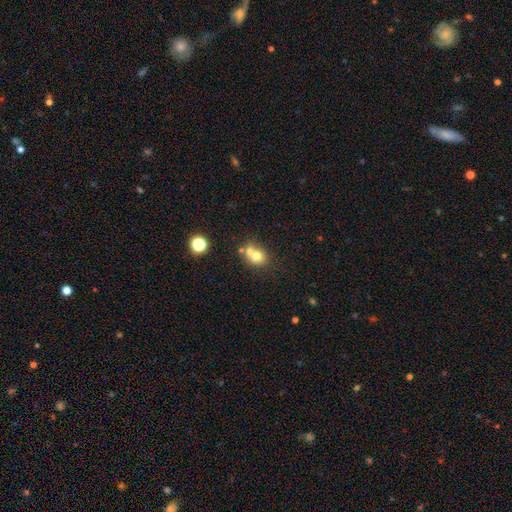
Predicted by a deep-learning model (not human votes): A smooth galaxy with no disk features (71%) that is round (69%). Merging: merger (49%).